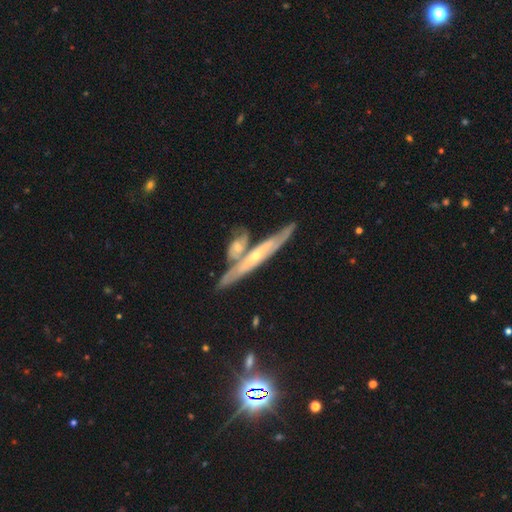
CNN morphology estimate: Q: Smooth or featured?
A: featured or disk (72%); runner-up: smooth (22%)
Q: Edge-on disk?
A: yes (76%); runner-up: no (24%)
Q: Edge-on bulge?
A: rounded (62%); runner-up: none (34%)
Q: Merging?
A: none (58%); runner-up: merger (26%)